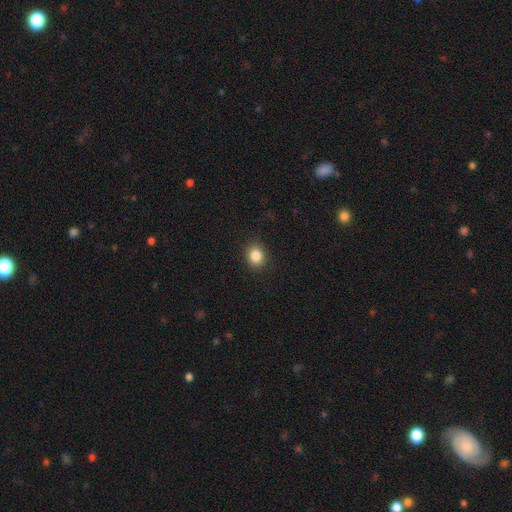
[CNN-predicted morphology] Overall: smooth (85%). How rounded: round (63%; in between 36%). Merging: none (89%).